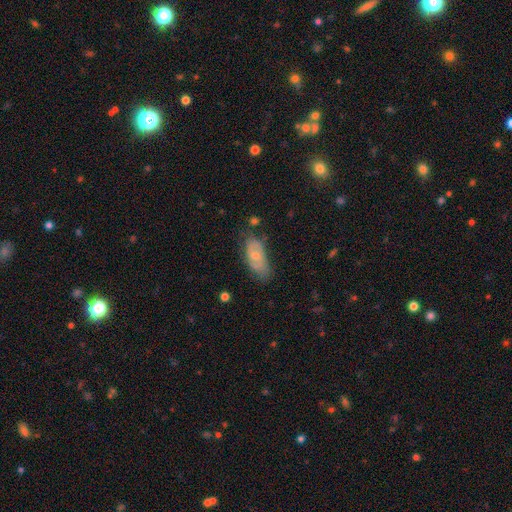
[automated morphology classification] Q: Smooth or featured?
A: smooth (53%); runner-up: featured or disk (40%)
Q: How rounded?
A: in between (85%); runner-up: cigar-shaped (11%)
Q: Merging?
A: none (53%); runner-up: minor disturbance (33%)